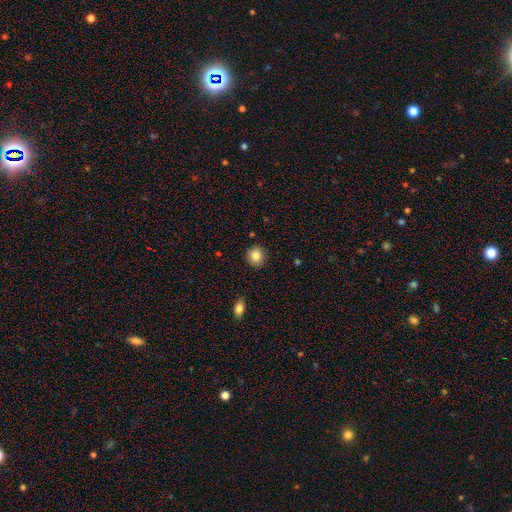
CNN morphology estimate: smooth_or_featured: smooth (p=0.86) [alt: star or artifact p=0.09]
how_rounded: round (p=0.83) [alt: in between p=0.16]
merging: none (p=0.89) [alt: minor disturbance p=0.08]